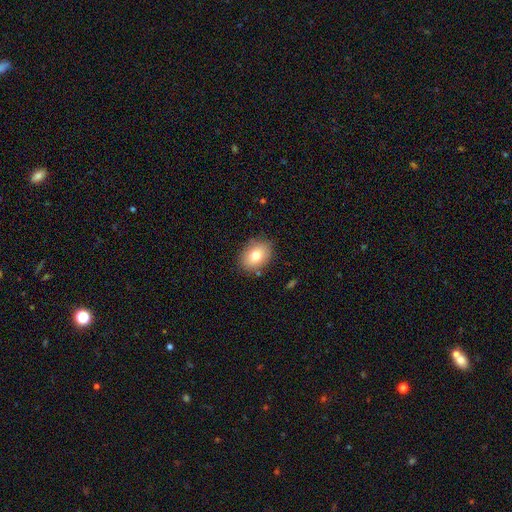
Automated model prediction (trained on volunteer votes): Smooth or featured? smooth (78%)
How rounded? in between (71%)
Merging? none (84%)